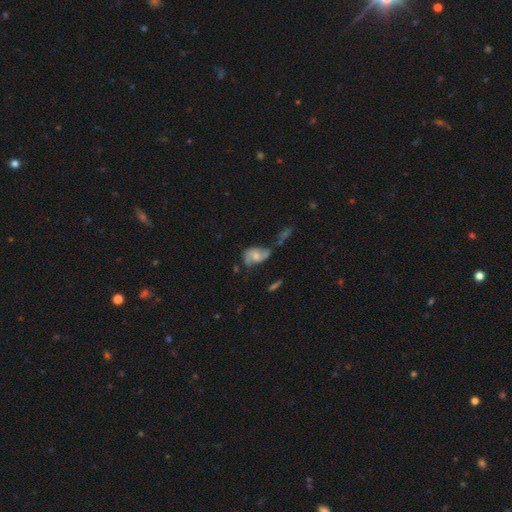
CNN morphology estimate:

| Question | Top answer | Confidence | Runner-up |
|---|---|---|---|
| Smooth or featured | featured or disk | 59% | smooth (33%) |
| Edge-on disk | no | 96% | yes (4%) |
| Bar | no | 58% | weak (34%) |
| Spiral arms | yes | 81% | no (19%) |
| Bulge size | moderate | 48% | small (34%) |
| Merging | none | 35% | minor disturbance (26%) |